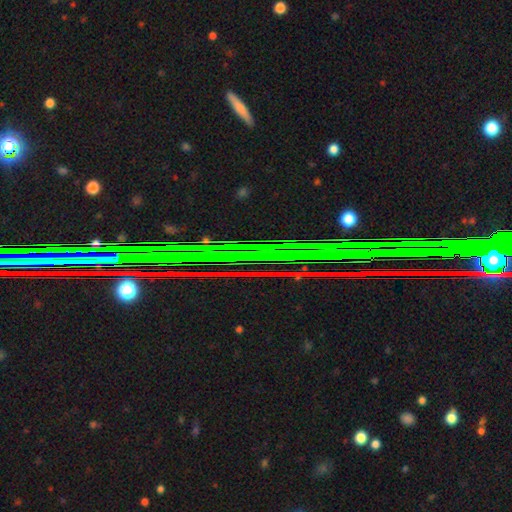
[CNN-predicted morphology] Smooth or featured: star or artifact — 80% (featured or disk — 11%)